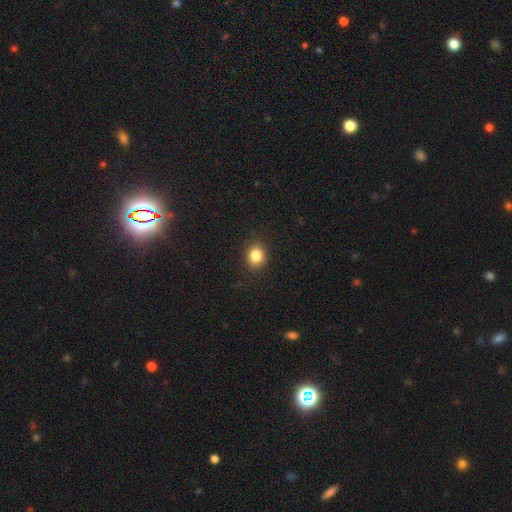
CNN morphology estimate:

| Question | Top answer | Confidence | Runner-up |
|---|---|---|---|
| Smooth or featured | smooth | 84% | star or artifact (11%) |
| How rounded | round | 73% | in between (26%) |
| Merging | none | 88% | minor disturbance (8%) |